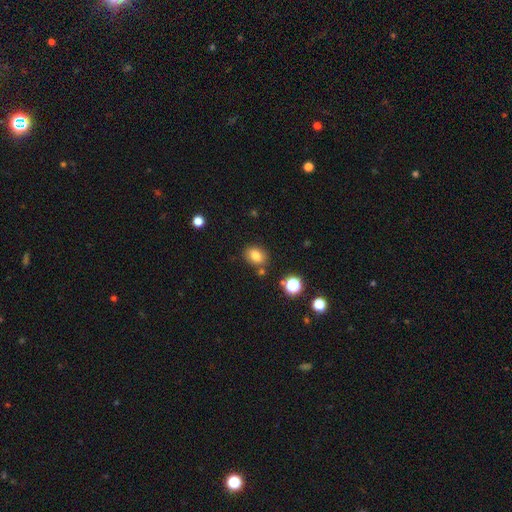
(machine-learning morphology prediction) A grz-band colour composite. It shows a smooth galaxy with no disk features (81%) that is in between round and cigar-shaped (61%). Merging: none (79%).